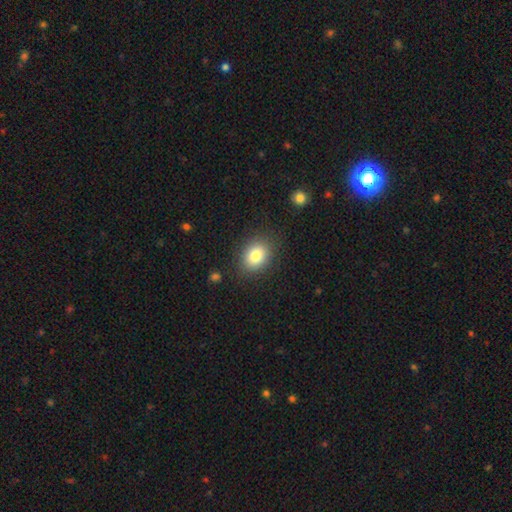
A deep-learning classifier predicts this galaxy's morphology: smooth-or-featured: smooth: 82% | star or artifact: 9% | featured or disk: 9%
  how-rounded: in between: 61% | round: 38% | cigar-shaped: 1%
  merging: none: 84% | minor disturbance: 11% | major disturbance: 3% | merger: 2%